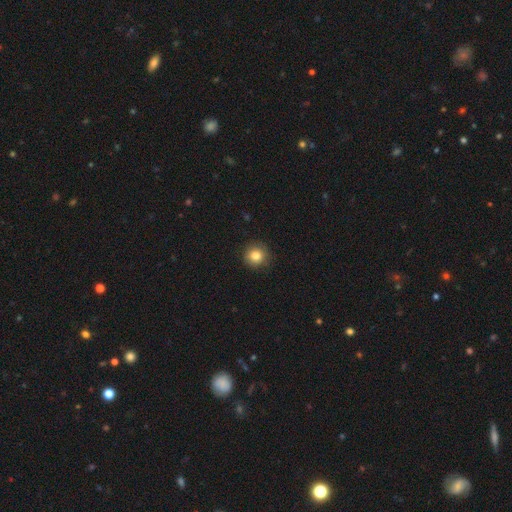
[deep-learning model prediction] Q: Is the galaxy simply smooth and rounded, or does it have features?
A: smooth — 83%.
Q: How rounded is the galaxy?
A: round — 93%.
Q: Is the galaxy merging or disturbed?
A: none — 90%.